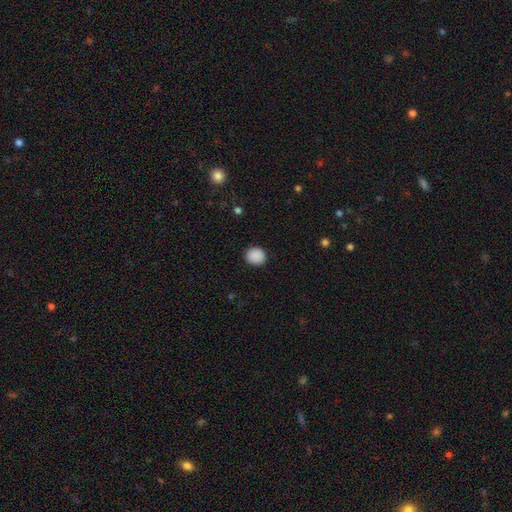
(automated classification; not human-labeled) smooth_or_featured: smooth (p=0.89) [alt: star or artifact p=0.08]
how_rounded: round (p=0.79) [alt: in between p=0.20]
merging: none (p=0.89) [alt: minor disturbance p=0.08]